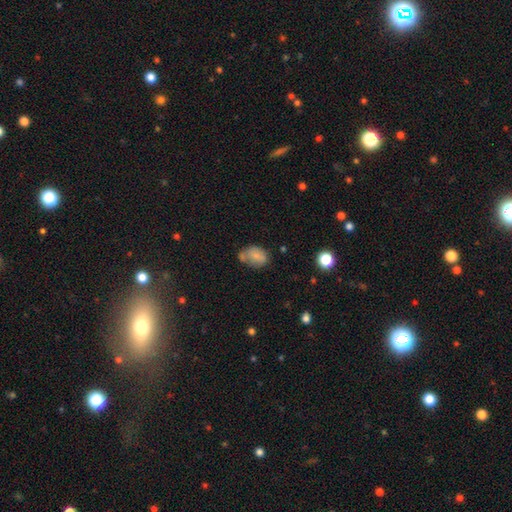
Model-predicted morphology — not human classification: A smooth galaxy with no disk features (78%) that is in between round and cigar-shaped (75%).

Vote fractions:
- Smooth or featured? smooth: 78% / featured or disk: 13% / star or artifact: 10%
- How rounded? in between: 75% / round: 23% / cigar-shaped: 1%
- Merging? none: 44% / minor disturbance: 26% / merger: 21% / major disturbance: 9%